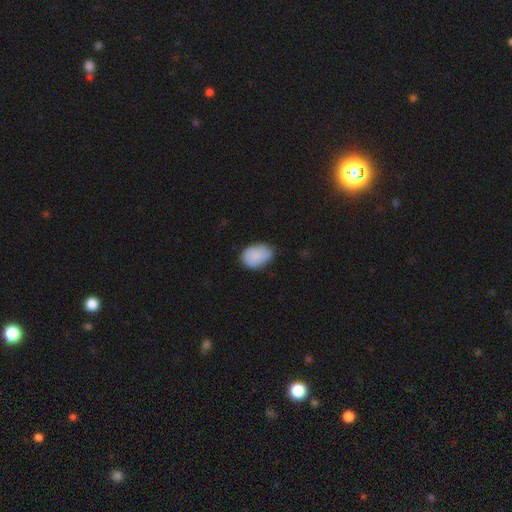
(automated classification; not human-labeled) Smooth or featured? Predicted: smooth (p=0.83). How rounded? Predicted: in between (p=0.77). Merging? Predicted: none (p=0.63).